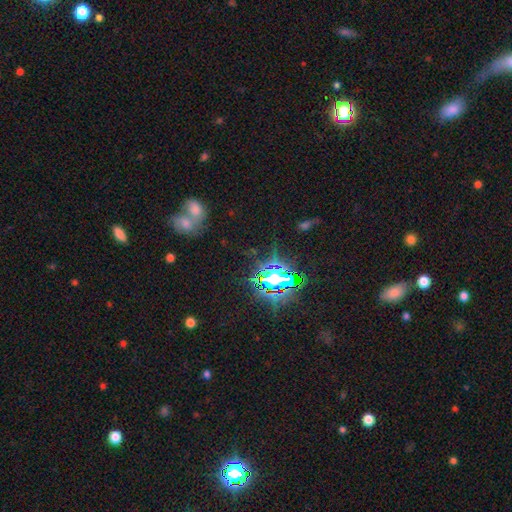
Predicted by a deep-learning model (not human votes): This is likely a star or artifact rather than a galaxy (72%).